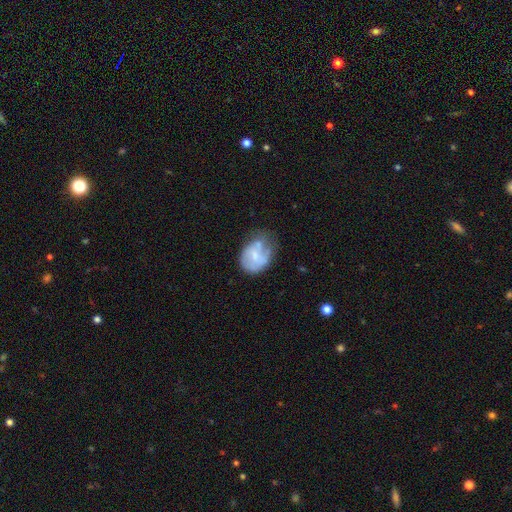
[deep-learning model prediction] This appears to be a featured or disk galaxy (47%). Merging: minor disturbance (35%).